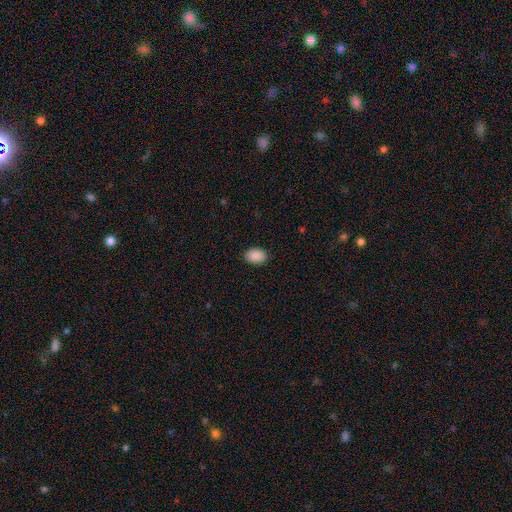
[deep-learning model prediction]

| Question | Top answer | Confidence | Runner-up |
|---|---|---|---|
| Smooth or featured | smooth | 90% | star or artifact (7%) |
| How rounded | in between | 81% | round (18%) |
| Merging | none | 88% | minor disturbance (9%) |